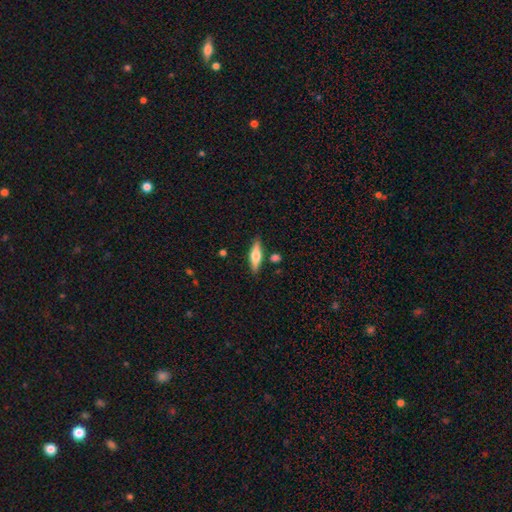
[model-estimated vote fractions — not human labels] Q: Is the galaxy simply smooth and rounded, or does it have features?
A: smooth — 48%.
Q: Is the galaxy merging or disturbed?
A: none — 83%.